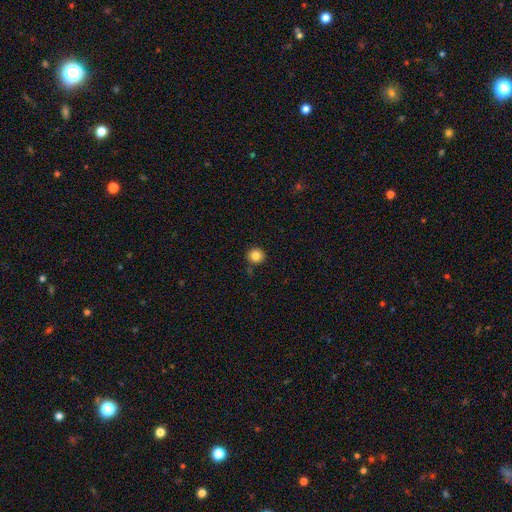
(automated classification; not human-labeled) Overall: smooth (84%). How rounded: round (94%). Merging: none (87%).